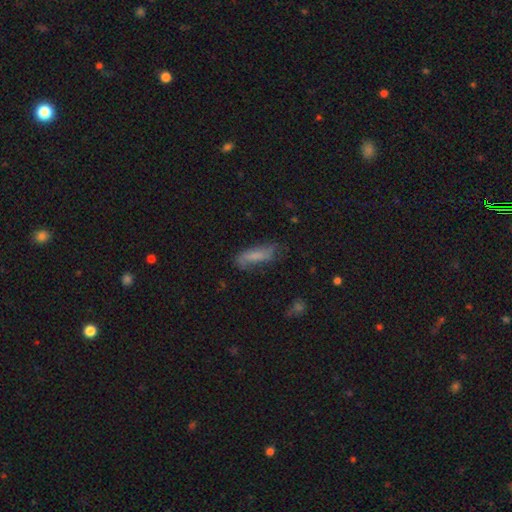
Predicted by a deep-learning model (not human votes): Smooth or featured: smooth — 60% (featured or disk — 31%)
How rounded: cigar-shaped — 50% (in between — 47%)
Merging: none — 56% (minor disturbance — 28%)